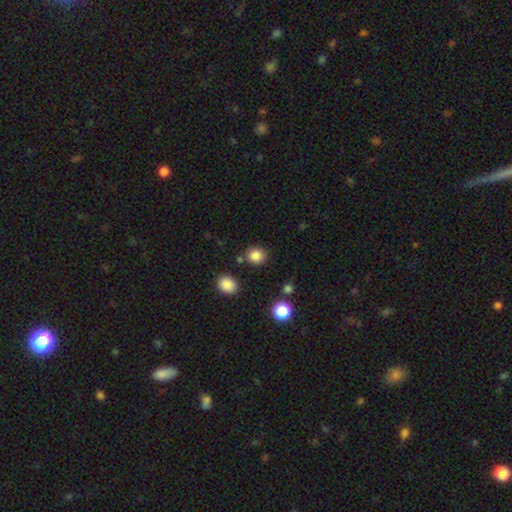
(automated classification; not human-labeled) Smooth or featured: smooth — 85% (star or artifact — 11%)
How rounded: round — 85% (in between — 14%)
Merging: none — 84% (minor disturbance — 8%)